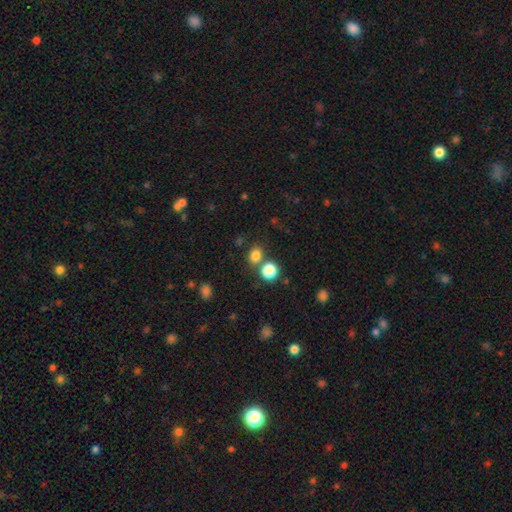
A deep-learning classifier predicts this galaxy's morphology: type=smooth (79%); roundness=round (59%); merging=none (69%).